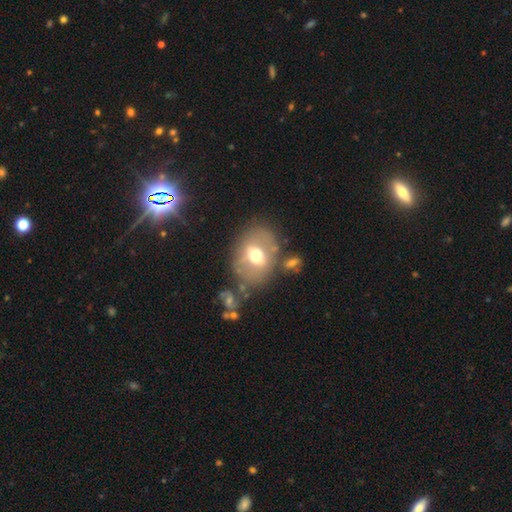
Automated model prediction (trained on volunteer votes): smooth 48%, featured or disk 43%, star or artifact 9%. Down the decision tree: merging — none (65%).